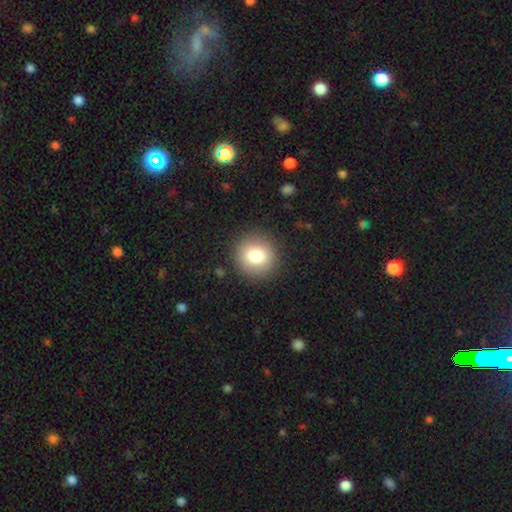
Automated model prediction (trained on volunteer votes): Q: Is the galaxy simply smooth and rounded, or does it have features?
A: smooth — 81%.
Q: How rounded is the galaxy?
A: round — 93%.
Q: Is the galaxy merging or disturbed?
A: none — 90%.